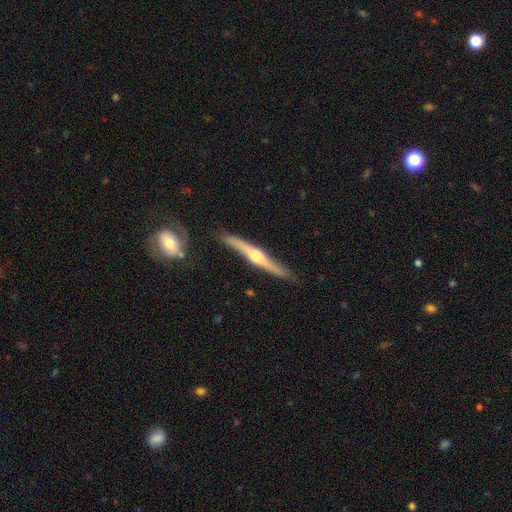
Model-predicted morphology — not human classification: Smooth or featured? featured or disk (77%)
Edge-on disk? yes (96%)
Edge-on bulge? rounded (91%)
Merging? none (84%)